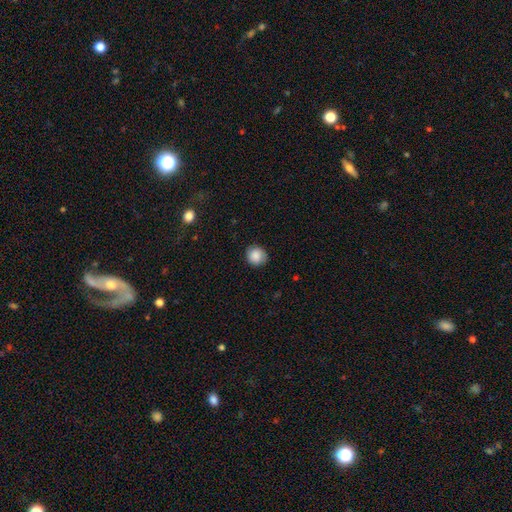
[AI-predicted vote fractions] This appears to be a smooth galaxy with no disk features (84%) that is round (85%). Merging: none (83%).